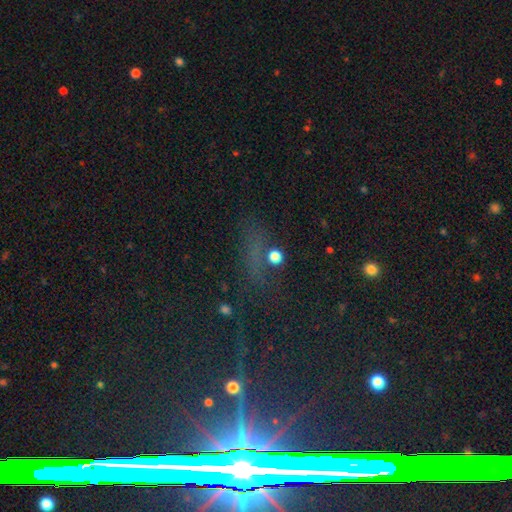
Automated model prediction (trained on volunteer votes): smooth-or-featured: star or artifact: 65% | featured or disk: 18% | smooth: 17%